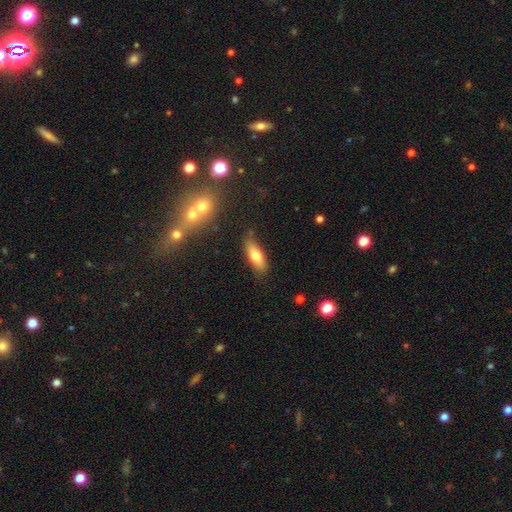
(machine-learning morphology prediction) A smooth galaxy with no disk features (69%) that is in between round and cigar-shaped (64%). Merging: none (80%).